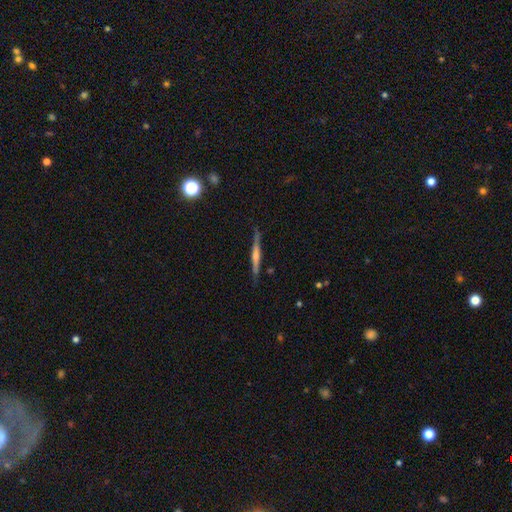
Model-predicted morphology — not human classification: A featured or disk galaxy (72%) viewed edge-on (98%) with a rounded central bulge (69%).

Vote fractions:
- Smooth or featured? featured or disk: 72% / smooth: 21% / star or artifact: 7%
- Edge-on disk? yes: 98% / no: 2%
- Edge-on bulge? rounded: 69% / none: 18% / boxy: 13%
- Merging? none: 86% / minor disturbance: 10% / major disturbance: 2% / merger: 1%